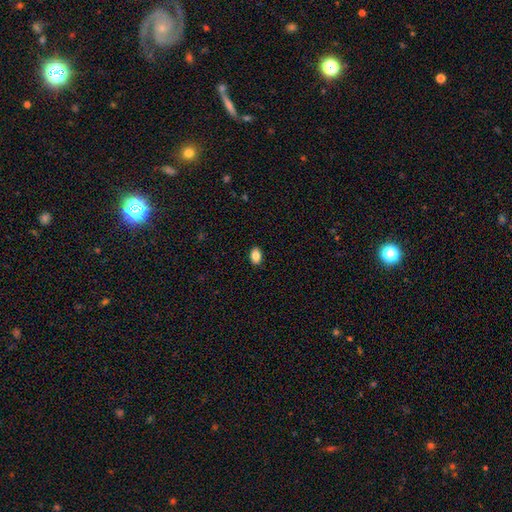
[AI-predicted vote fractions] Q: Smooth or featured?
A: smooth (85%); runner-up: star or artifact (8%)
Q: How rounded?
A: in between (82%); runner-up: round (17%)
Q: Merging?
A: none (90%); runner-up: minor disturbance (7%)